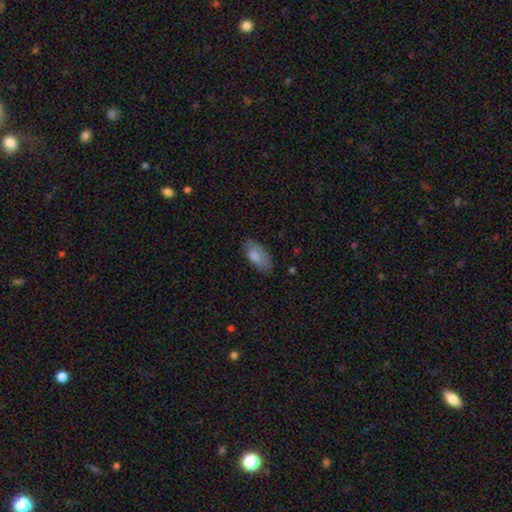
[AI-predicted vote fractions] A smooth galaxy with no disk features (81%) that is in between round and cigar-shaped (92%). Merging: none (67%).